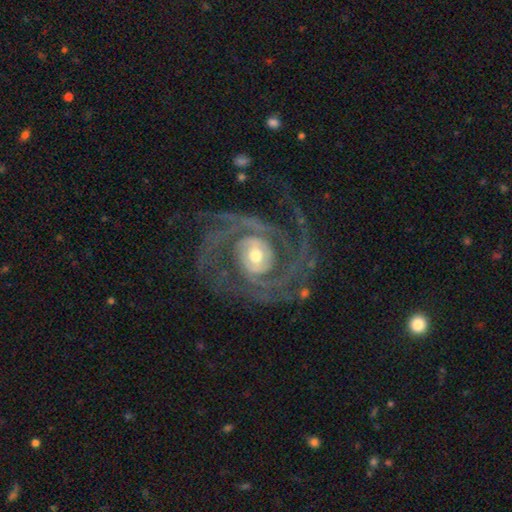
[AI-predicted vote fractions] Morphology: type=featured or disk (92%); edge-on=no (97%); bar=no (58%); spiral arms=yes (97%); winding=tight (53%); arm count=2 (37%); bulge=moderate (63%); merging=none (67%).